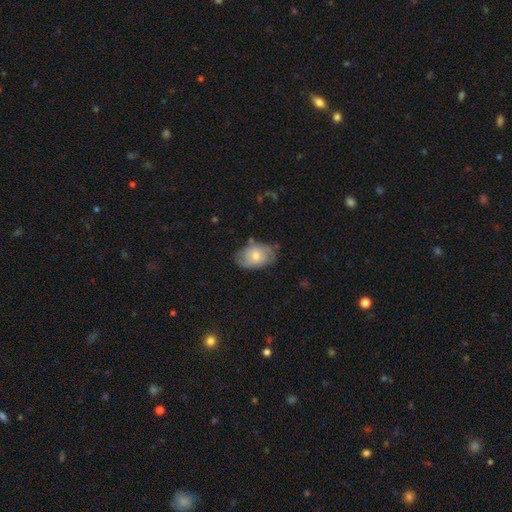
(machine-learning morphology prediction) This appears to be a featured or disk galaxy (50%). Merging: none (67%).